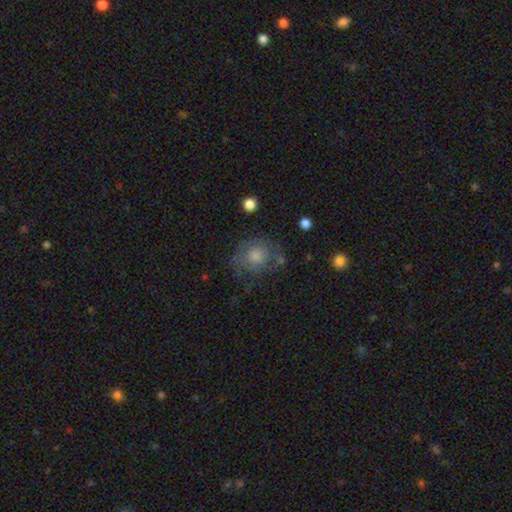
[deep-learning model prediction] Smooth or featured?
  - smooth: 52% *
  - featured or disk: 34%
  - star or artifact: 13%
How rounded?
  - round: 76% *
  - in between: 23%
  - cigar-shaped: 1%
Merging?
  - none: 65% *
  - minor disturbance: 20%
  - major disturbance: 11%
  - merger: 3%